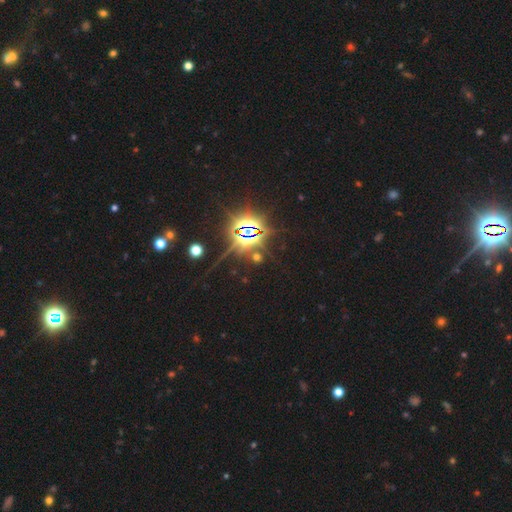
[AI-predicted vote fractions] smooth_or_featured: star or artifact (p=0.85) [alt: featured or disk p=0.08]